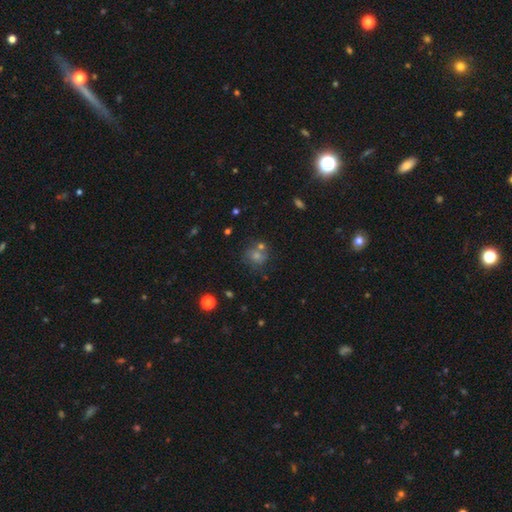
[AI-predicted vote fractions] A smooth galaxy with no disk features (47%). Merging: none (64%).